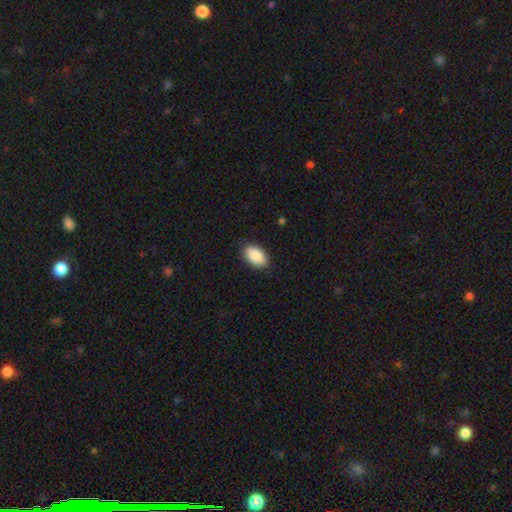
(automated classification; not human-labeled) Smooth or featured? Predicted: smooth (p=0.88). How rounded? Predicted: in between (p=0.94). Merging? Predicted: none (p=0.87).